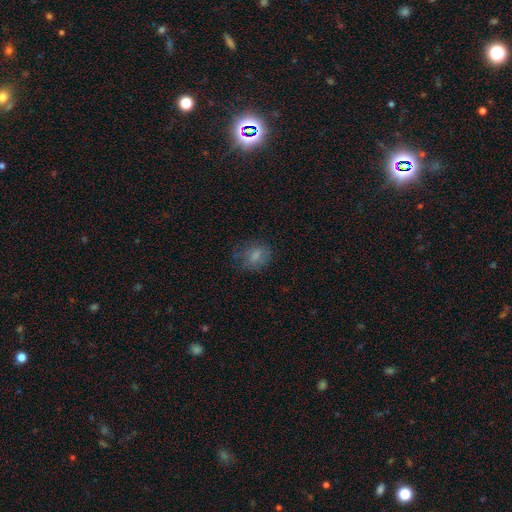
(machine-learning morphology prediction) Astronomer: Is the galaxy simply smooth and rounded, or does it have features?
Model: smooth — 76%.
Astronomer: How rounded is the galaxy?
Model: round — 53% (runner-up: in between, 45%).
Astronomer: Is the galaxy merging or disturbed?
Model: none — 67%.